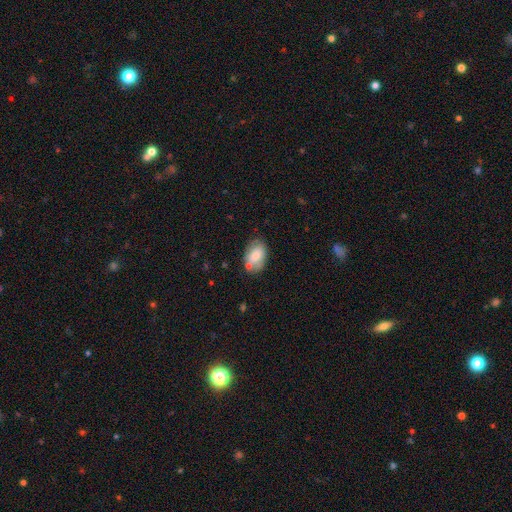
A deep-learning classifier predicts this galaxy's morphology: Smooth or featured: smooth — 75% (featured or disk — 18%)
How rounded: in between — 87% (round — 12%)
Merging: none — 65% (minor disturbance — 20%)